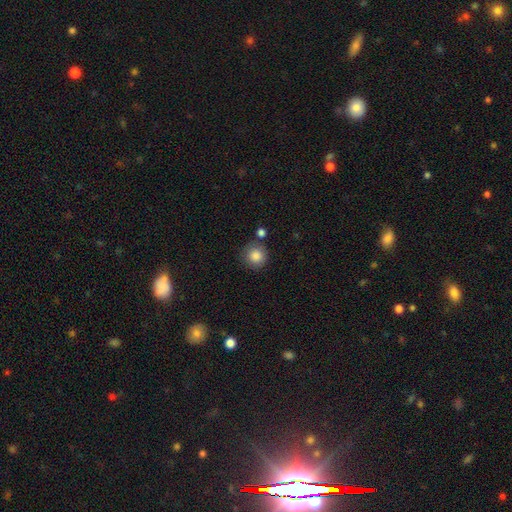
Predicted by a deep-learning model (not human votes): This appears to be a smooth galaxy with no disk features (86%) that is round (93%). Merging: none (78%).